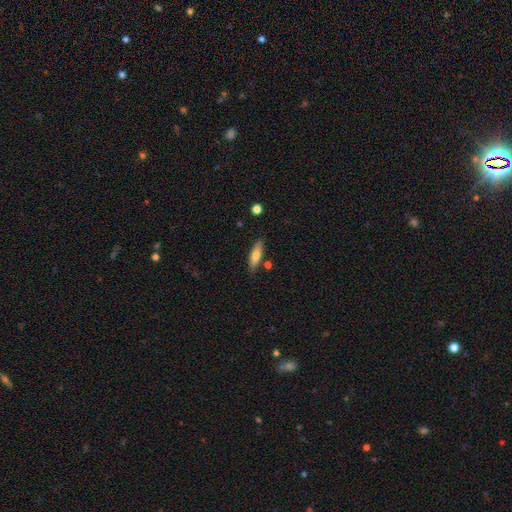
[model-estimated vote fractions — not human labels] This is likely a smooth galaxy (66%). How rounded: likely cigar-shaped (60%). Merging: clearly none (80%).